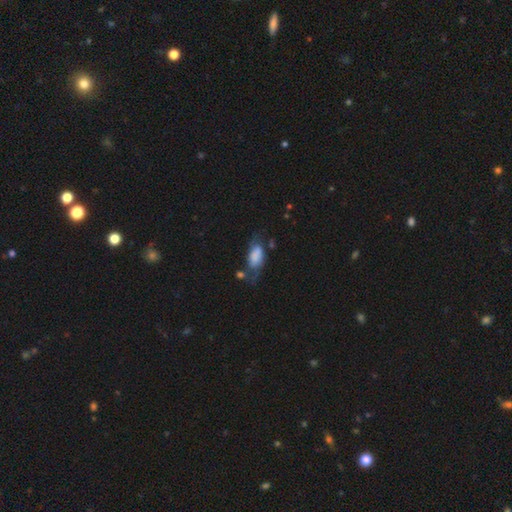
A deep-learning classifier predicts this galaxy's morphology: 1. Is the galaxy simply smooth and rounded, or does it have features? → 63% smooth, 29% featured or disk, 8% star or artifact.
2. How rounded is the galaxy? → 90% in between, 5% round, 5% cigar-shaped.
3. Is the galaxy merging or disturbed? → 33% none, 29% major disturbance, 28% minor disturbance, 10% merger.